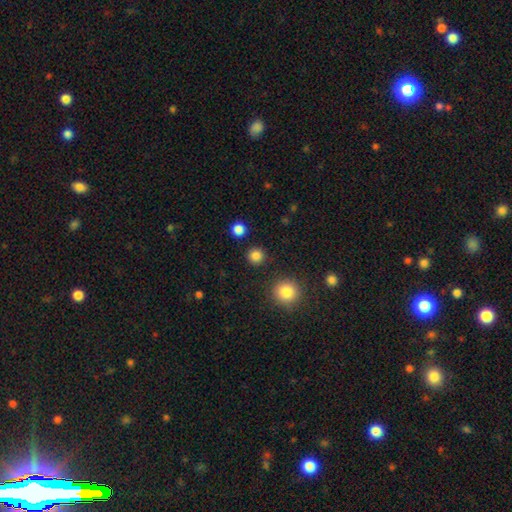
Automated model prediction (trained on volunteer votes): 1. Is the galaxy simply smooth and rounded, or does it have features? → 84% smooth, 12% star or artifact, 3% featured or disk.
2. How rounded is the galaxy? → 94% round, 5% in between, 1% cigar-shaped.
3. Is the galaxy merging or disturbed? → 90% none, 5% minor disturbance, 2% major disturbance, 2% merger.